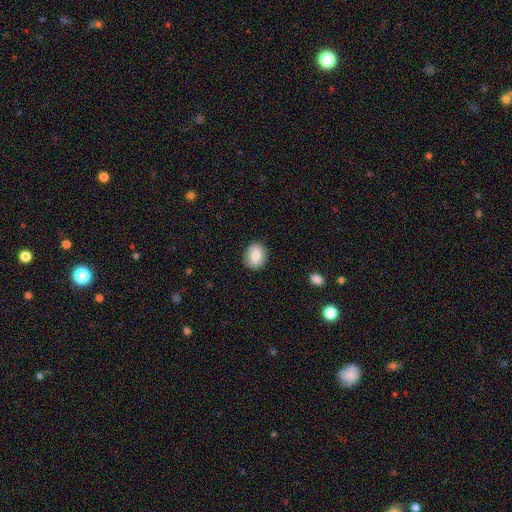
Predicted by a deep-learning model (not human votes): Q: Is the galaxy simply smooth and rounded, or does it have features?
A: smooth — 83%.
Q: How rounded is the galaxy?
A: round — 57%.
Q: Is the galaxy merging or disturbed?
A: none — 88%.